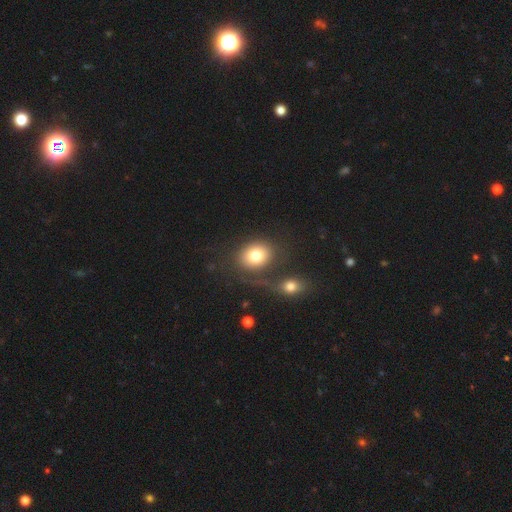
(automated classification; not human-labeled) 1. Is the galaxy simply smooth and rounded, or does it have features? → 78% smooth, 12% featured or disk, 10% star or artifact.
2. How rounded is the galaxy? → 51% round, 48% in between, 1% cigar-shaped.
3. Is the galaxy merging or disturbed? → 58% none, 20% merger, 13% minor disturbance, 9% major disturbance.